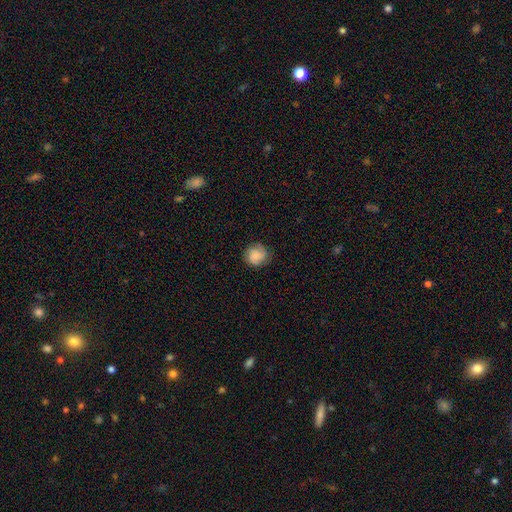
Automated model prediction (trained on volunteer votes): smooth 68%, featured or disk 23%, star or artifact 8%. Down the decision tree: how rounded — round (84%); merging — none (81%).